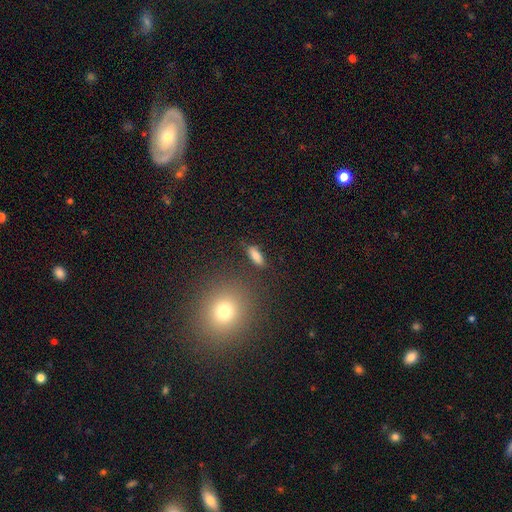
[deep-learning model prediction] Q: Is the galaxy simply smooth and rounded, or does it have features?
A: smooth — 81%.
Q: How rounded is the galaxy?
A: in between — 64%.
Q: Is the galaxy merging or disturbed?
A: none — 82%.